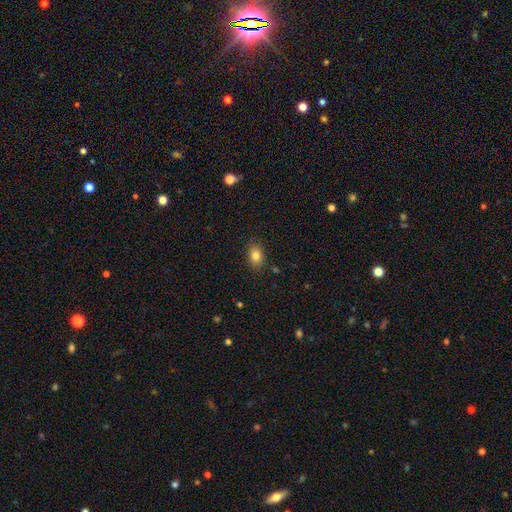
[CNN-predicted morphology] smooth_or_featured: smooth (p=0.83) [alt: star or artifact p=0.10]
how_rounded: in between (p=0.75) [alt: round p=0.23]
merging: none (p=0.85) [alt: minor disturbance p=0.11]